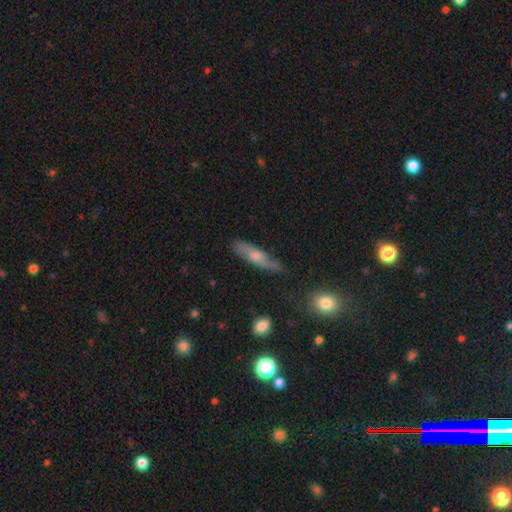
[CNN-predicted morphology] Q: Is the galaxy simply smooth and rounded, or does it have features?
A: smooth — 48%.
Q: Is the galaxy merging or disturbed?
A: none — 71%.